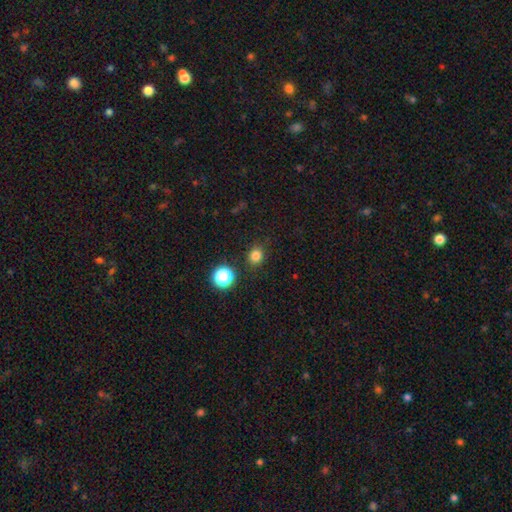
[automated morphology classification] smooth_or_featured: smooth (p=0.80) [alt: star or artifact p=0.15]
how_rounded: round (p=0.77) [alt: in between p=0.22]
merging: none (p=0.87) [alt: minor disturbance p=0.09]